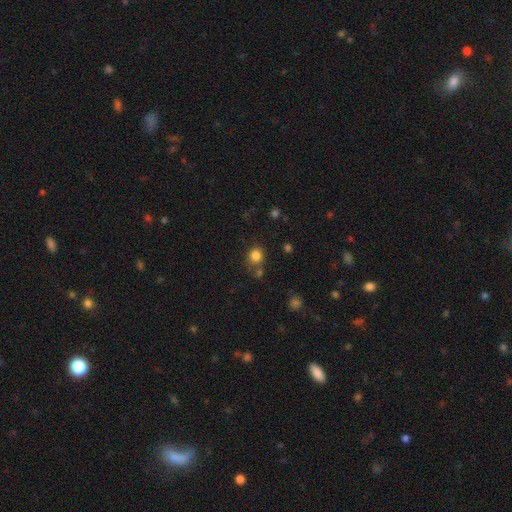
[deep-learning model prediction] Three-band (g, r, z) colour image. It shows a smooth galaxy with no disk features (83%) that is round (84%). Merging: none (72%).